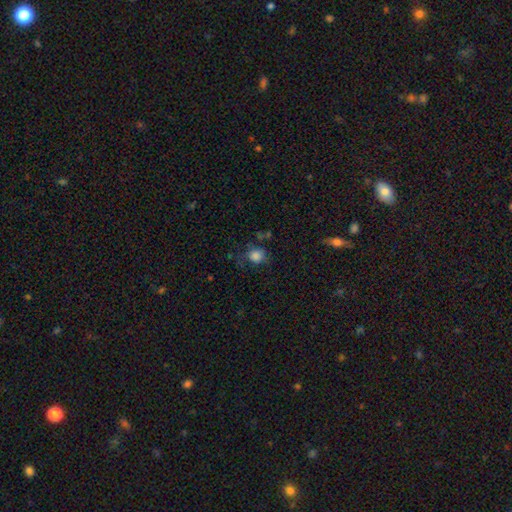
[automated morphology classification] Smooth or featured? smooth (82%)
How rounded? round (81%)
Merging? none (63%)